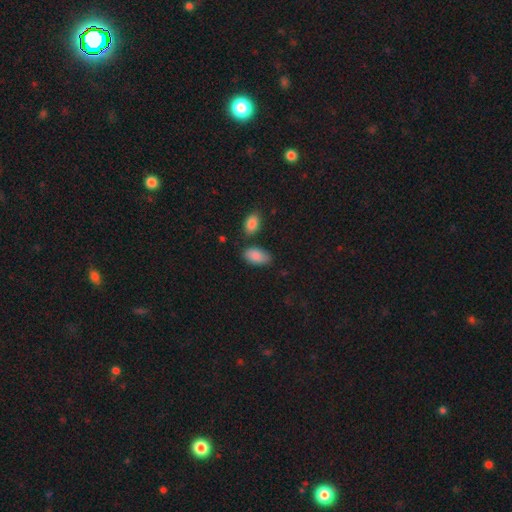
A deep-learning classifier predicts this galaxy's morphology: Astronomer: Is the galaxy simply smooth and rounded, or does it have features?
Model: smooth — 87%.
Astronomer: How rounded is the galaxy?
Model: in between — 95%.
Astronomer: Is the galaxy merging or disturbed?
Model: none — 71%.